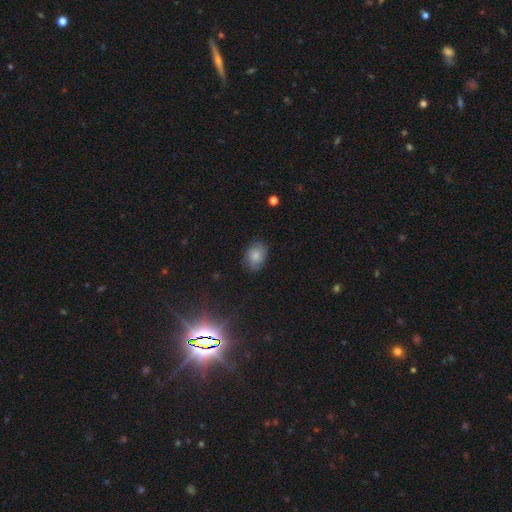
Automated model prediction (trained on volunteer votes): Smooth or featured? Predicted: smooth (p=0.67). How rounded? Predicted: in between (p=0.64). Merging? Predicted: none (p=0.74).